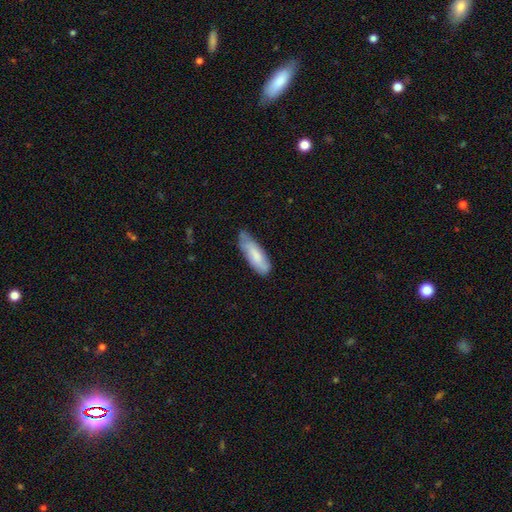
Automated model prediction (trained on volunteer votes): Smooth or featured? smooth (71%)
How rounded? in between (56%)
Merging? none (60%)